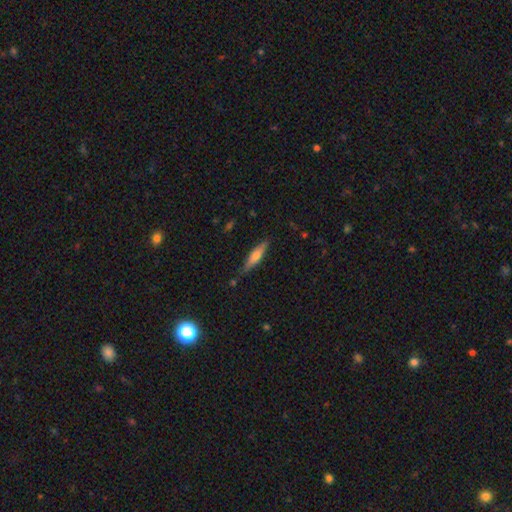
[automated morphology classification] smooth_or_featured: featured or disk (p=0.47) [alt: smooth p=0.46]
merging: none (p=0.81) [alt: minor disturbance p=0.14]